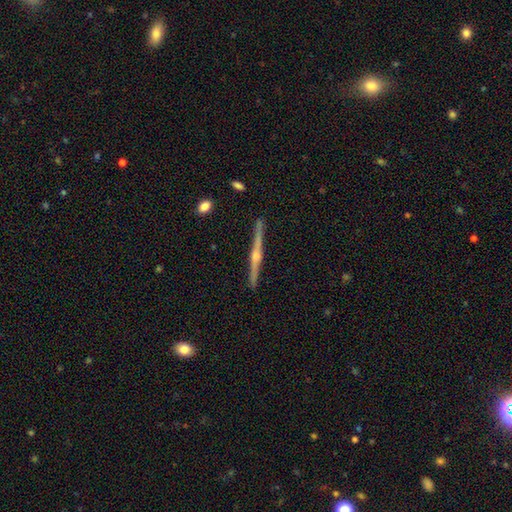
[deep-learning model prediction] smooth_or_featured: featured or disk (p=0.78) [alt: smooth p=0.15]
disk_edge_on: yes (p=0.97) [alt: no p=0.03]
edge_on_bulge: rounded (p=0.82) [alt: none p=0.12]
merging: none (p=0.88) [alt: minor disturbance p=0.08]